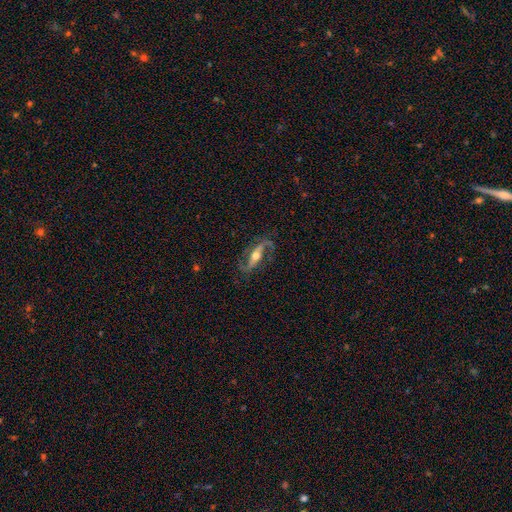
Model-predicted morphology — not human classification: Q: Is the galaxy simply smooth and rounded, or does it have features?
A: featured or disk — 87%.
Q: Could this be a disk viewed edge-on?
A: no — 85%.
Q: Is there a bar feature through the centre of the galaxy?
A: strong — 49%.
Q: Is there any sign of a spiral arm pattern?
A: yes — 95%.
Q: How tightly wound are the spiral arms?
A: loose — 59%.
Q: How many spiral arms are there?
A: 2 — 92%.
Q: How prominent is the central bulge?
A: moderate — 69%.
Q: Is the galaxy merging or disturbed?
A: none — 77%.